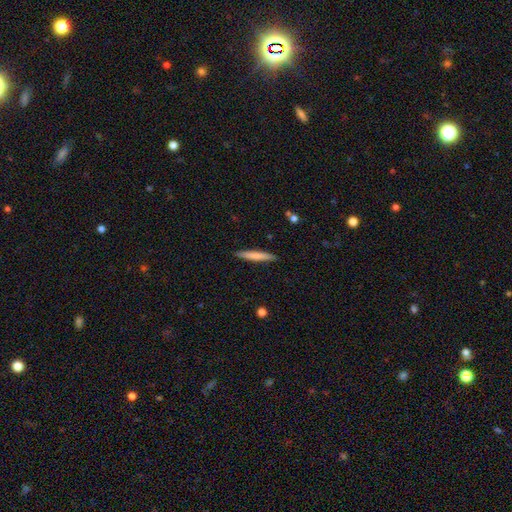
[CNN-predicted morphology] Smooth or featured?
  - smooth: 73% *
  - featured or disk: 22%
  - star or artifact: 5%
How rounded?
  - cigar-shaped: 95% *
  - in between: 4%
  - round: 1%
Merging?
  - none: 90% *
  - minor disturbance: 8%
  - major disturbance: 2%
  - merger: 1%